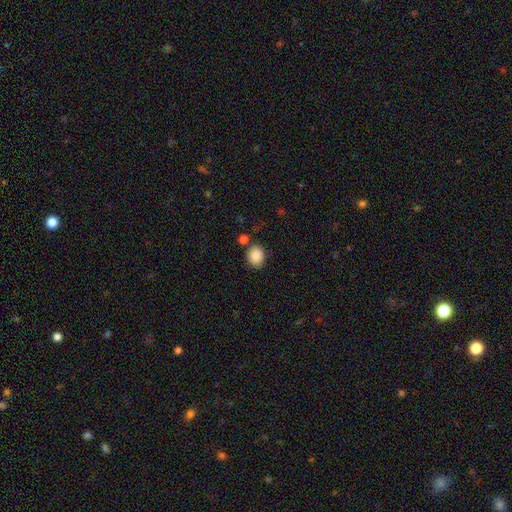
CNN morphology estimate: Smooth or featured? Predicted: smooth (p=0.88). How rounded? Predicted: round (p=0.57). Merging? Predicted: none (p=0.78).